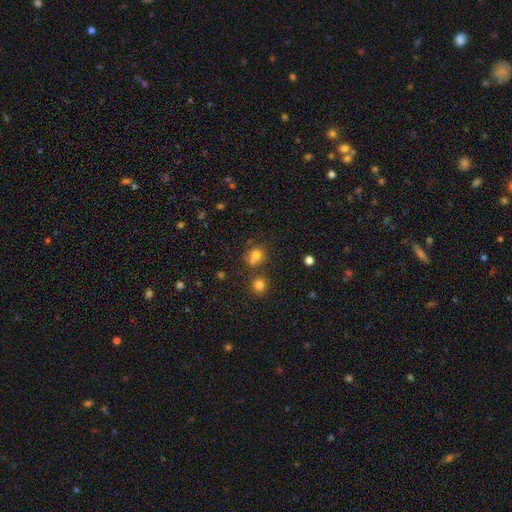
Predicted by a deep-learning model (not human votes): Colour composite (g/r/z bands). It shows a smooth galaxy with no disk features (77%) that is round (73%). Merging: none (60%).